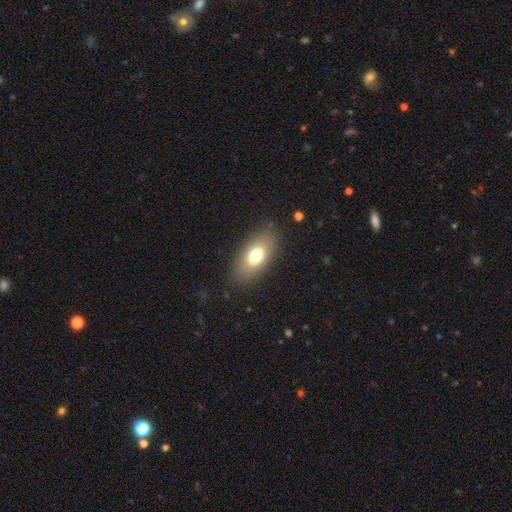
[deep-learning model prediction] The model was most divided on "smooth or featured": smooth: 73%, featured or disk: 19%, star or artifact: 8%. More confident: how rounded — in between (88%); merging — none (84%).